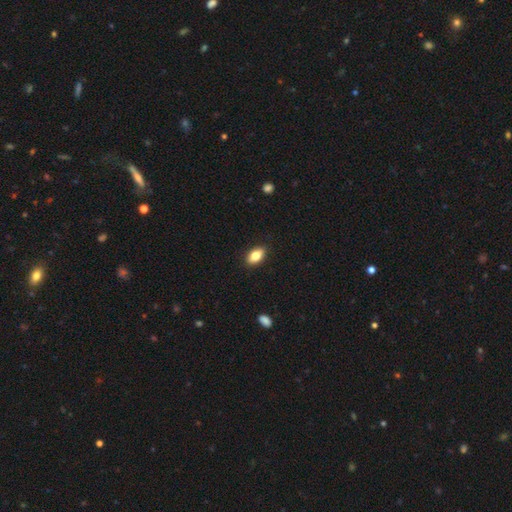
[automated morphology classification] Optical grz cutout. It shows a smooth galaxy with no disk features (80%) that is in between round and cigar-shaped (90%). Merging: none (89%).